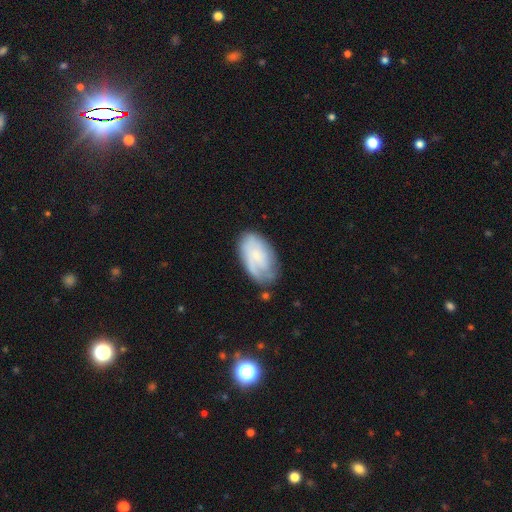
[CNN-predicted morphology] Smooth or featured?
  - featured or disk: 52% *
  - smooth: 42%
  - star or artifact: 7%
Edge-on disk?
  - no: 96% *
  - yes: 4%
Merging?
  - none: 62% *
  - minor disturbance: 25%
  - major disturbance: 10%
  - merger: 2%